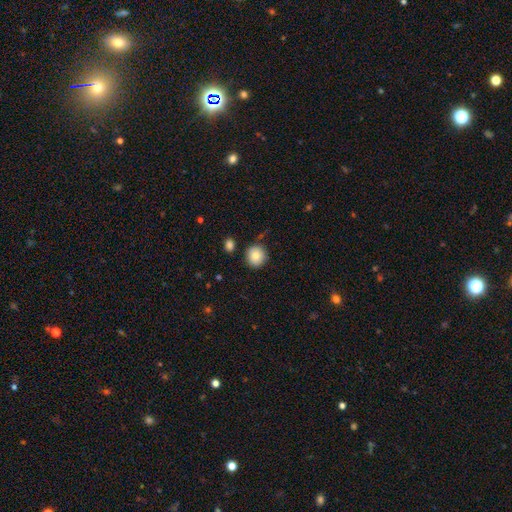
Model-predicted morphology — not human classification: Smooth or featured? smooth (84%)
How rounded? round (91%)
Merging? none (85%)